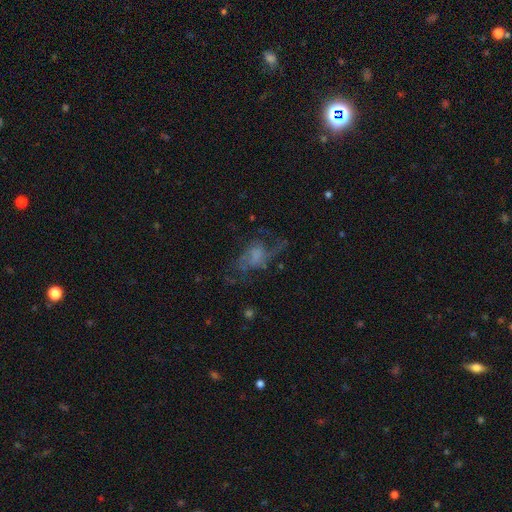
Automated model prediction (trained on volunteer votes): Morphology: type=featured or disk (60%); edge-on=no (96%); bar=no (64%); spiral arms=yes (68%); bulge=none (49%); merging=none (40%).